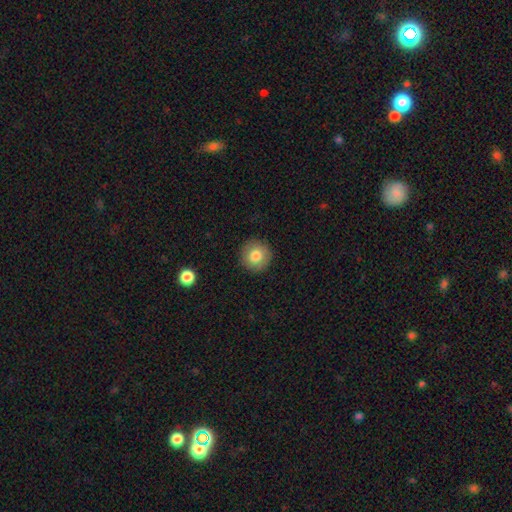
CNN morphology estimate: Smooth or featured? smooth (81%)
How rounded? round (95%)
Merging? none (91%)